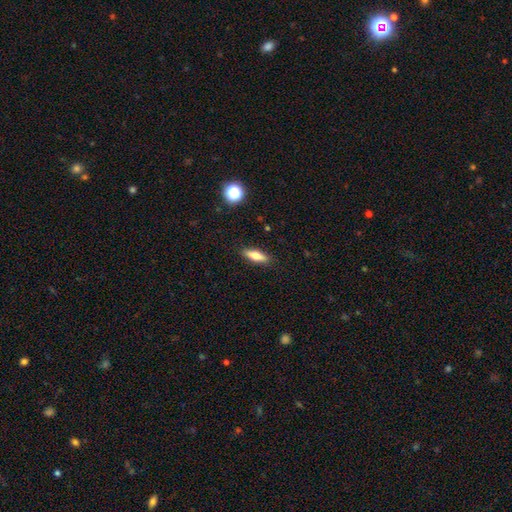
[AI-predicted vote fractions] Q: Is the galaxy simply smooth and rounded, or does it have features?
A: smooth — 66%.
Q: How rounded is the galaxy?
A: in between — 50%.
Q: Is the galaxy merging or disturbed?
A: none — 89%.